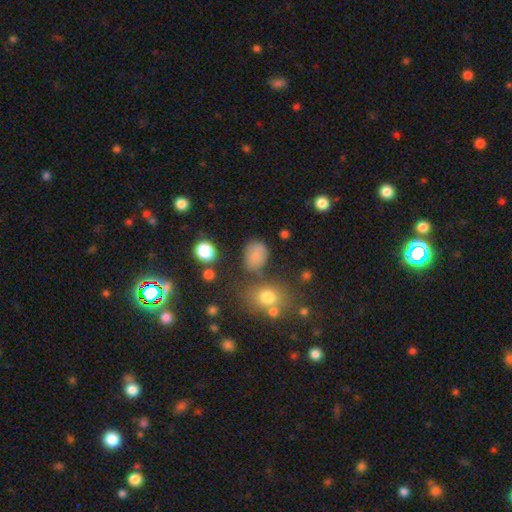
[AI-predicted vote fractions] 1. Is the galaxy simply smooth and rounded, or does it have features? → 74% smooth, 14% star or artifact, 12% featured or disk.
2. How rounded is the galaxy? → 57% in between, 41% round, 1% cigar-shaped.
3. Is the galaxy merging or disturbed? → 64% none, 21% minor disturbance, 8% major disturbance, 7% merger.